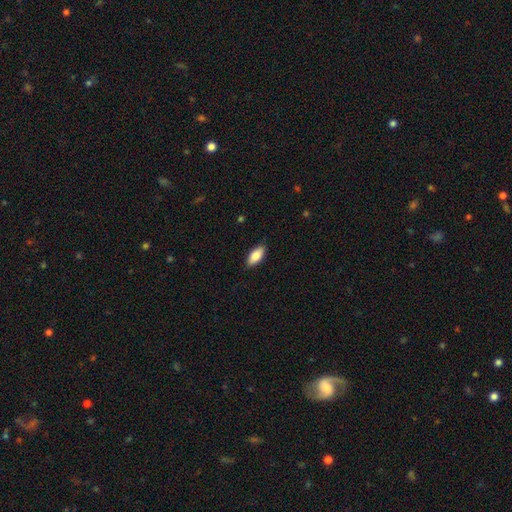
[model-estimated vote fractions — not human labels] This appears to be a smooth galaxy with no disk features (85%) that is in between round and cigar-shaped (87%). Merging: none (86%).